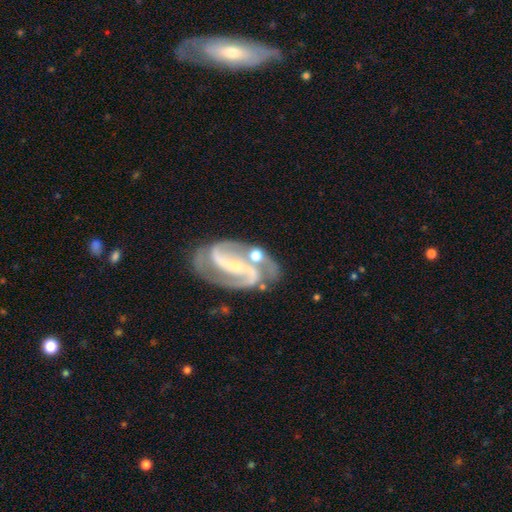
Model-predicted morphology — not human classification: Q: Smooth or featured?
A: featured or disk (87%); runner-up: smooth (7%)
Q: Edge-on disk?
A: no (97%); runner-up: yes (3%)
Q: Bar?
A: strong (44%); runner-up: weak (35%)
Q: Spiral arms?
A: yes (97%); runner-up: no (3%)
Q: Spiral winding?
A: medium (55%); runner-up: loose (30%)
Q: Spiral arm count?
A: 2 (89%); runner-up: 3 (4%)
Q: Bulge size?
A: small (58%); runner-up: moderate (29%)
Q: Merging?
A: none (52%); runner-up: merger (20%)